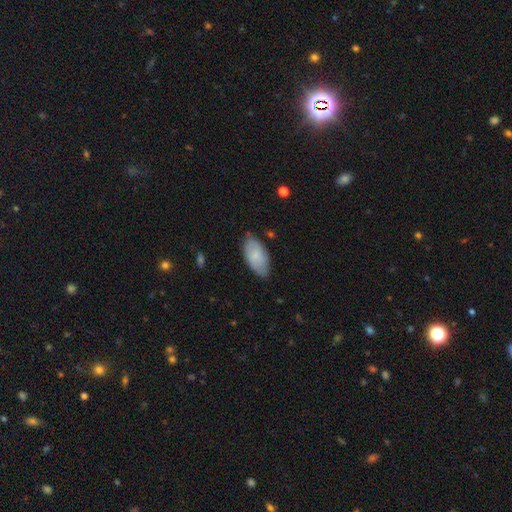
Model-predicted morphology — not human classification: Smooth or featured: smooth — 77% (featured or disk — 17%)
How rounded: in between — 95% (cigar-shaped — 3%)
Merging: none — 77% (minor disturbance — 19%)